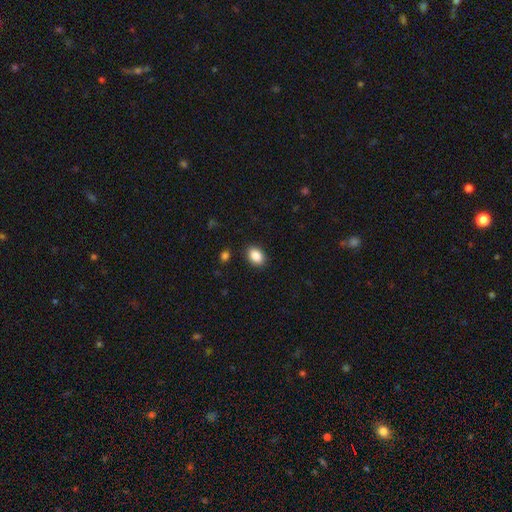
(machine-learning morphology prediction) smooth-or-featured: smooth: 89% | star or artifact: 8% | featured or disk: 3%
  how-rounded: in between: 79% | round: 20% | cigar-shaped: 1%
  merging: none: 88% | minor disturbance: 8% | major disturbance: 2% | merger: 1%